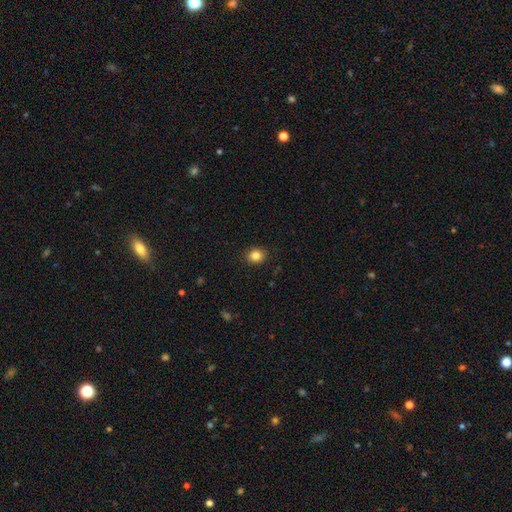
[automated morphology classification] smooth 84%, star or artifact 11%, featured or disk 5%. Down the decision tree: how rounded — round (71%); merging — none (90%).